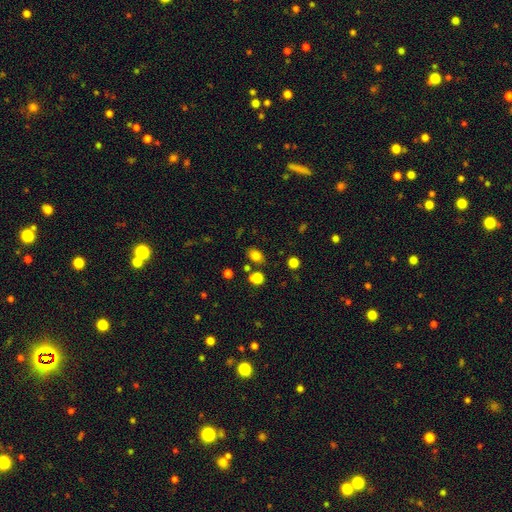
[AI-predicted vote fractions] A smooth galaxy with no disk features (79%) that is in between round and cigar-shaped (75%). Merging: none (74%).